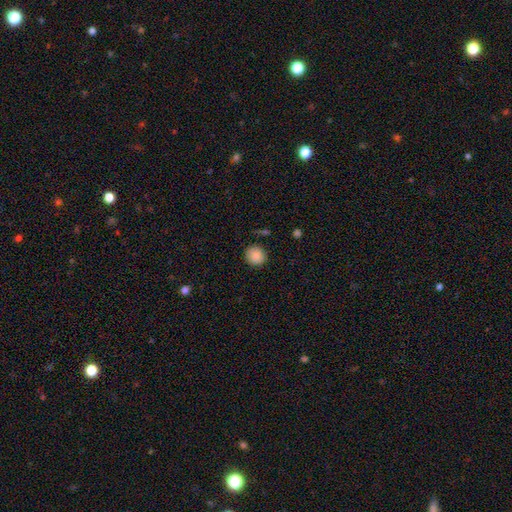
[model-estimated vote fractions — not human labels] Smooth or featured?
  - smooth: 87% *
  - star or artifact: 9%
  - featured or disk: 4%
How rounded?
  - round: 88% *
  - in between: 11%
  - cigar-shaped: 1%
Merging?
  - none: 87% *
  - minor disturbance: 9%
  - major disturbance: 3%
  - merger: 2%